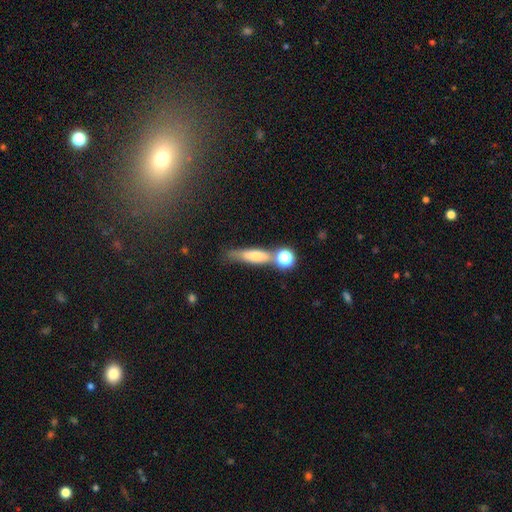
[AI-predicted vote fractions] Overall: smooth (52%; featured or disk 34%). How rounded: cigar-shaped (65%; in between 27%). Merging: none (57%; merger 20%).